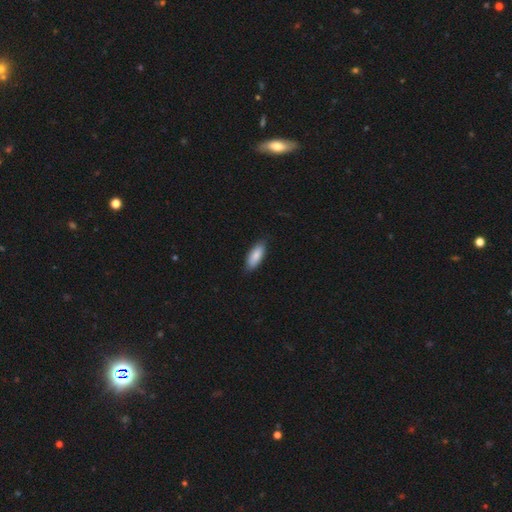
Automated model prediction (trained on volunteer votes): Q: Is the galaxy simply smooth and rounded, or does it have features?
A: smooth — 86%.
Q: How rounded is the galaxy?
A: in between — 77%.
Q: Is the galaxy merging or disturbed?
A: none — 85%.